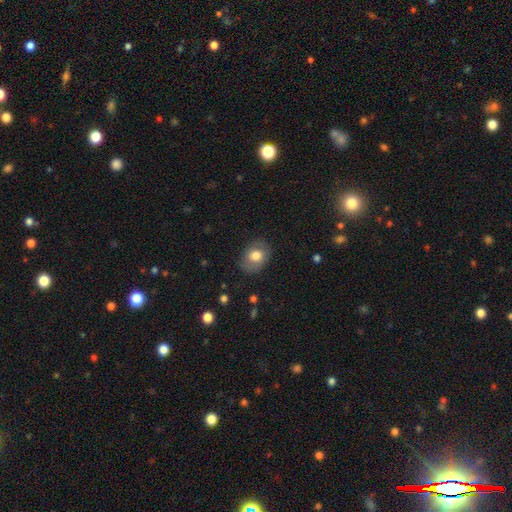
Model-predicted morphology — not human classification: Smooth or featured? smooth (74%)
How rounded? in between (60%)
Merging? none (79%)